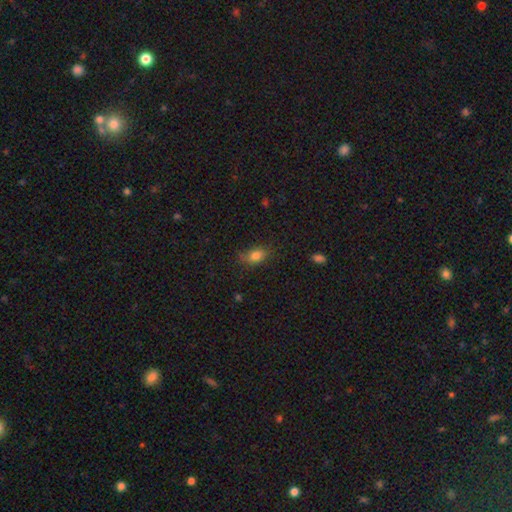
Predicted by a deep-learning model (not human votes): This is clearly a smooth galaxy (81%). How rounded: likely in between (79%). Merging: likely none (73%).